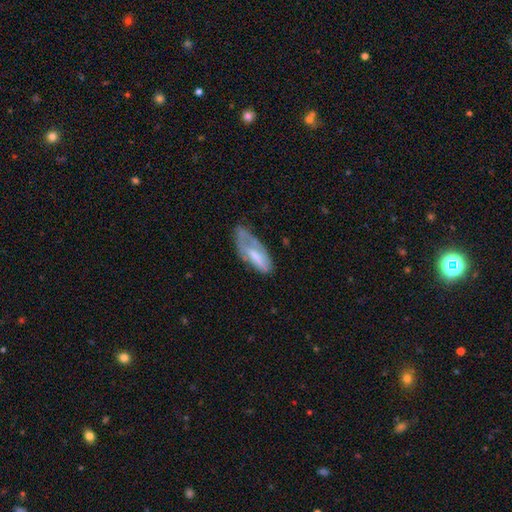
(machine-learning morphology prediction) Overall: smooth (54%; featured or disk 39%). How rounded: in between (70%). Merging: none (36%; minor disturbance 33%).